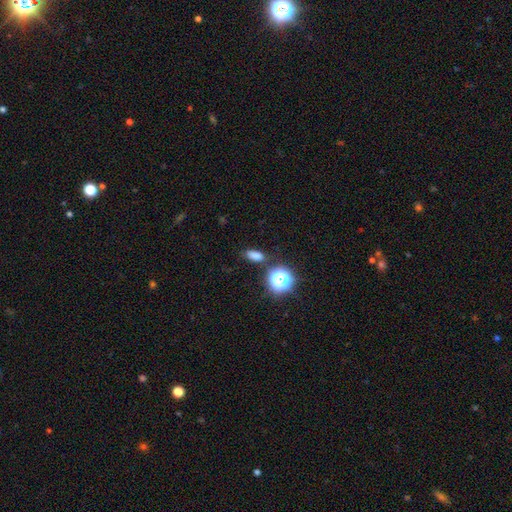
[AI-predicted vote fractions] Smooth or featured? Predicted: smooth (p=0.75). How rounded? Predicted: in between (p=0.76). Merging? Predicted: none (p=0.79).